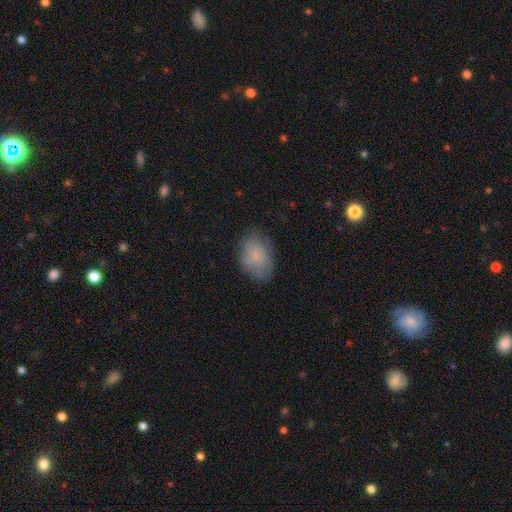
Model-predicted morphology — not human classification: Smooth or featured? smooth (77%)
How rounded? in between (83%)
Merging? none (72%)